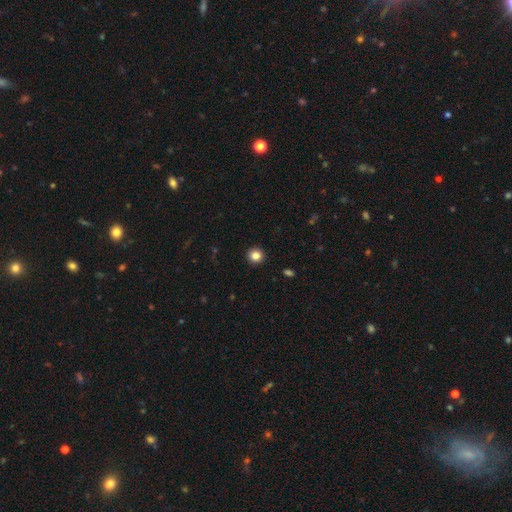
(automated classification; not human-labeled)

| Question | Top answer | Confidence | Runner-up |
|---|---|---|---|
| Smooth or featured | smooth | 84% | star or artifact (11%) |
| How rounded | round | 94% | in between (5%) |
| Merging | none | 93% | minor disturbance (4%) |